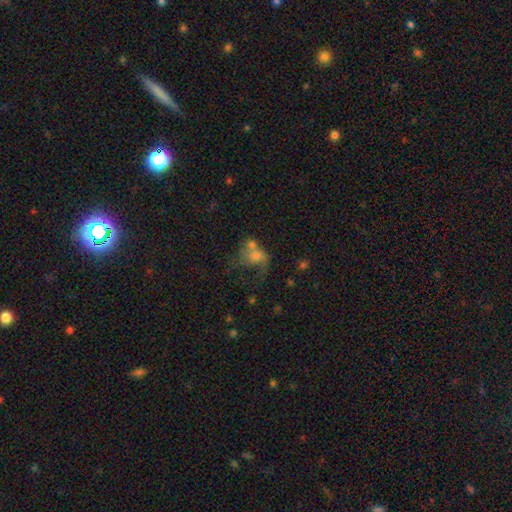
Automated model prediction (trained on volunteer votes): A smooth galaxy with no disk features (50%). Merging: merger (34%).